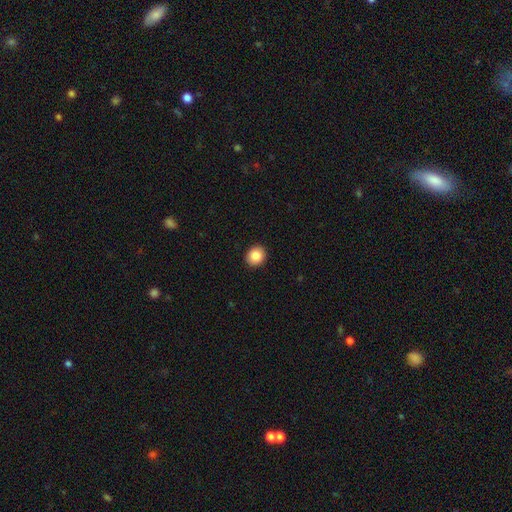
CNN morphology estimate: type=smooth (85%); roundness=round (80%); merging=none (92%).